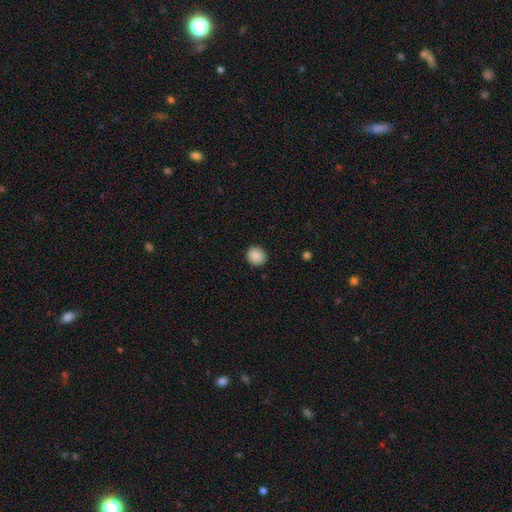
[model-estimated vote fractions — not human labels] Morphology: type=smooth (89%); roundness=round (80%); merging=none (90%).